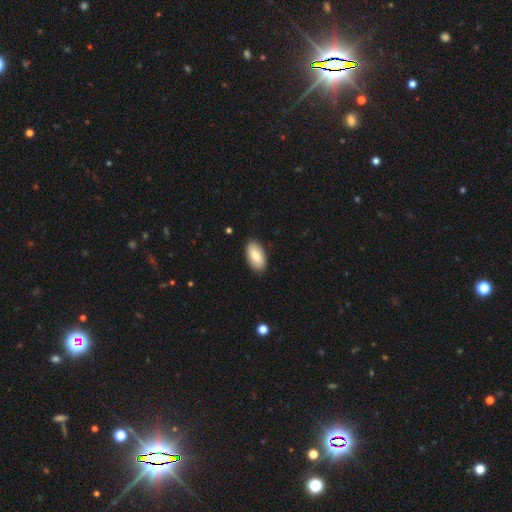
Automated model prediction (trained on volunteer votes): This appears to be a smooth galaxy with no disk features (80%) that is in between round and cigar-shaped (95%). Merging: none (87%).